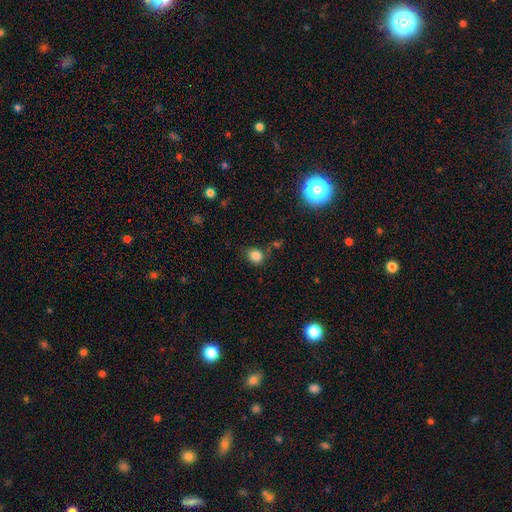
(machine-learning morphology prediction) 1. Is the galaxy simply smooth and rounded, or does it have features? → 83% smooth, 12% star or artifact, 4% featured or disk.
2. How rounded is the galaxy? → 71% round, 28% in between, 1% cigar-shaped.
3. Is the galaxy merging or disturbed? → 76% none, 15% minor disturbance, 4% merger, 4% major disturbance.